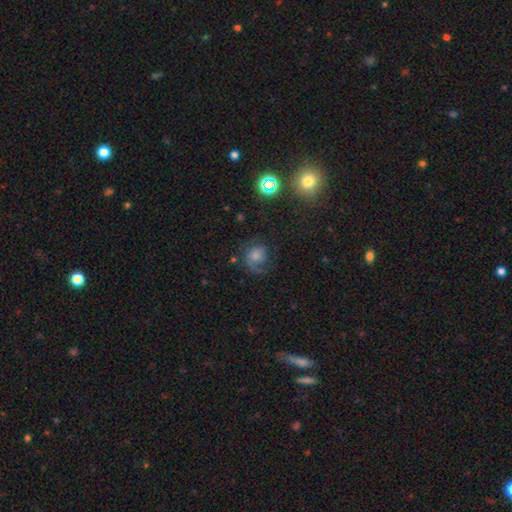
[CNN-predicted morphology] This appears to be a featured or disk galaxy (57%) with no bar (73%), spiral arms (90%) and a small central bulge (36%). Merging: none (54%).